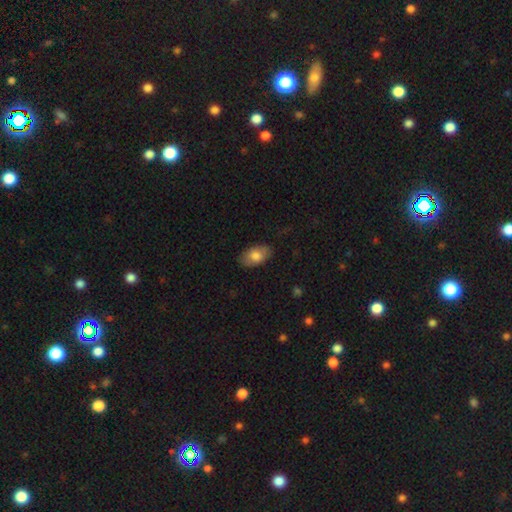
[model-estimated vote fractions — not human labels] Smooth or featured? smooth (77%)
How rounded? in between (92%)
Merging? none (83%)